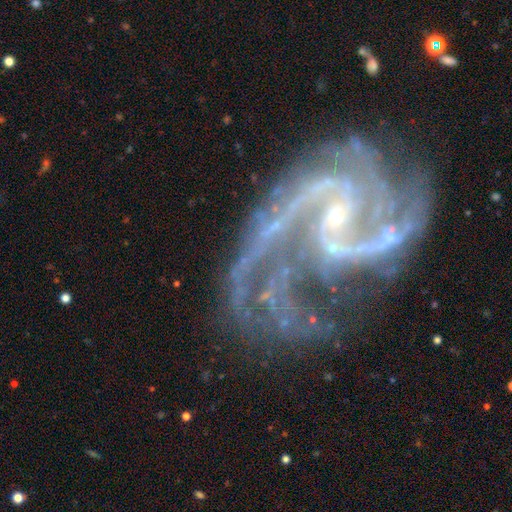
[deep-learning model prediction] featured or disk 92%, star or artifact 6%, smooth 2%. Down the decision tree: edge-on disk — no (98%); bar — no (43%); spiral arms — yes (98%); spiral arm count — 2 (54%); spiral winding — medium (54%); bulge size — small (87%); merging — none (46%).